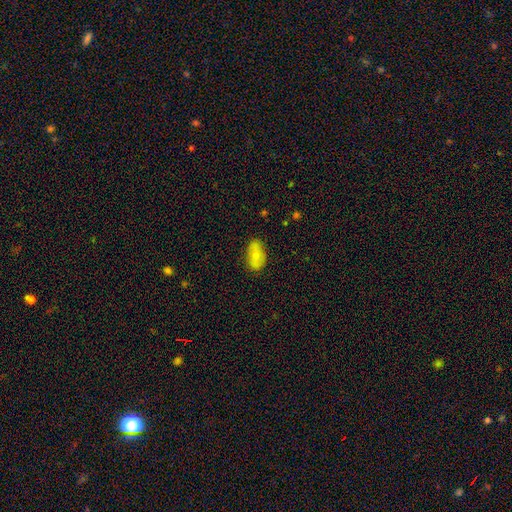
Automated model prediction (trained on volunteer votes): Smooth or featured? smooth (65%)
How rounded? in between (90%)
Merging? none (78%)